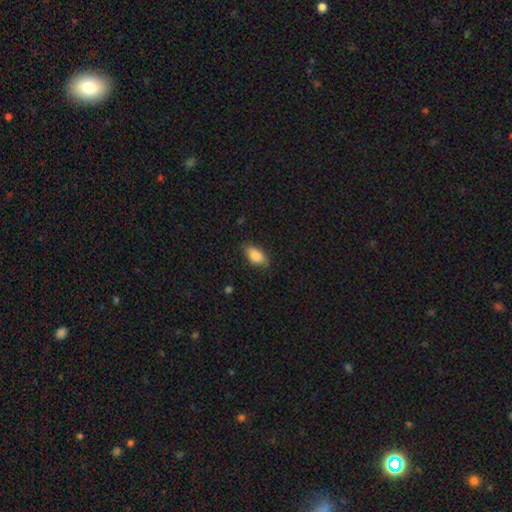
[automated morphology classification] smooth 85%, featured or disk 8%, star or artifact 7%. Down the decision tree: how rounded — in between (90%); merging — none (79%).